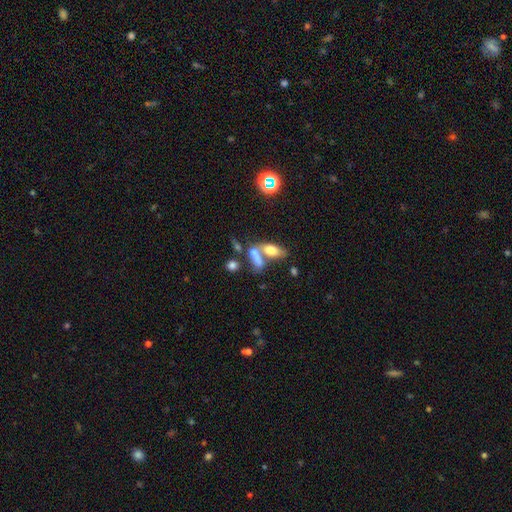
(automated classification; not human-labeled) Q: Smooth or featured?
A: smooth (67%); runner-up: featured or disk (20%)
Q: How rounded?
A: in between (69%); runner-up: cigar-shaped (21%)
Q: Merging?
A: merger (52%); runner-up: none (32%)